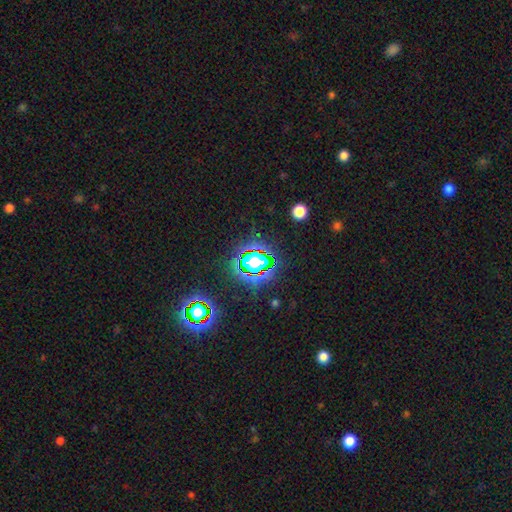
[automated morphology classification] Smooth or featured?
  - star or artifact: 81% *
  - smooth: 12%
  - featured or disk: 8%